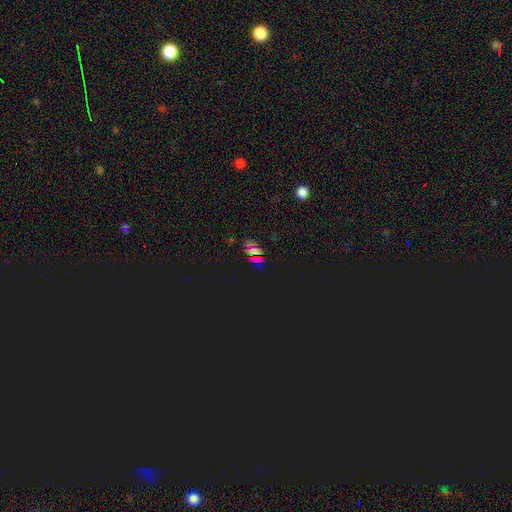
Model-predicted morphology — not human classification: Smooth or featured: star or artifact — 68% (smooth — 23%)